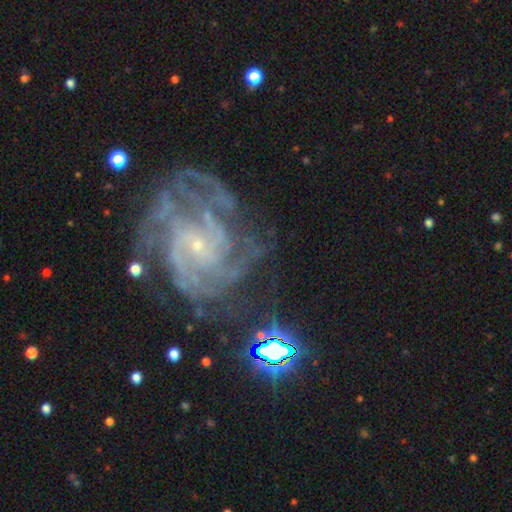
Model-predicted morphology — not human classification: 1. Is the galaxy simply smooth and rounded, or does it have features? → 85% featured or disk, 10% star or artifact, 5% smooth.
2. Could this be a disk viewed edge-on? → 98% no, 2% yes.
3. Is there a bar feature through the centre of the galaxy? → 62% no, 29% weak, 9% strong.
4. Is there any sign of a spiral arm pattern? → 96% yes, 4% no.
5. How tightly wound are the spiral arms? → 57% tight, 35% medium, 7% loose.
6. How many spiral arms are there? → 25% can't tell, 23% 4, 18% 3, 14% 2, 12% more than 4, 8% 1.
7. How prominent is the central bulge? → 86% small, 7% moderate, 5% none, 1% large, 1% dominant.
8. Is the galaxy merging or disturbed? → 63% none, 19% minor disturbance, 15% major disturbance, 3% merger.